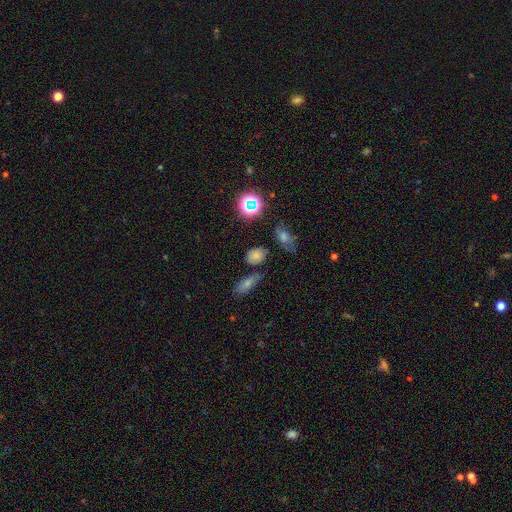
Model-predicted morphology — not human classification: Smooth or featured? smooth (69%)
How rounded? in between (60%)
Merging? none (73%)